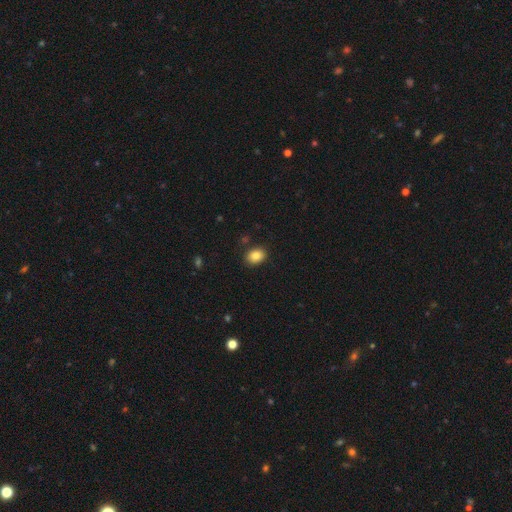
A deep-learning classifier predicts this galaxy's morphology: Overall: smooth (85%). How rounded: in between (69%; round 30%). Merging: none (86%).